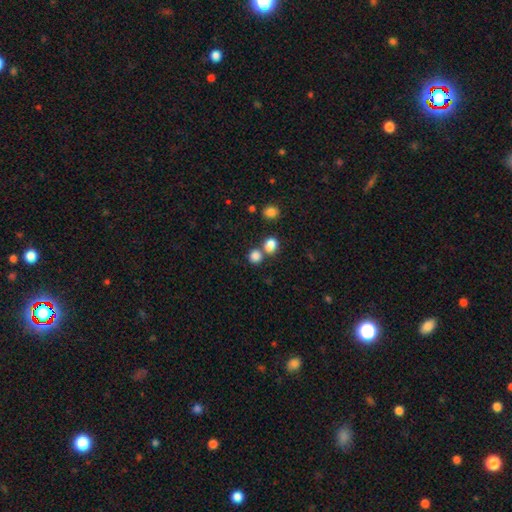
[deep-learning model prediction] The model was most divided on "merging": none: 55%, merger: 34%, minor disturbance: 8%, major disturbance: 3%. More confident: smooth or featured — smooth (83%); how rounded — round (81%).